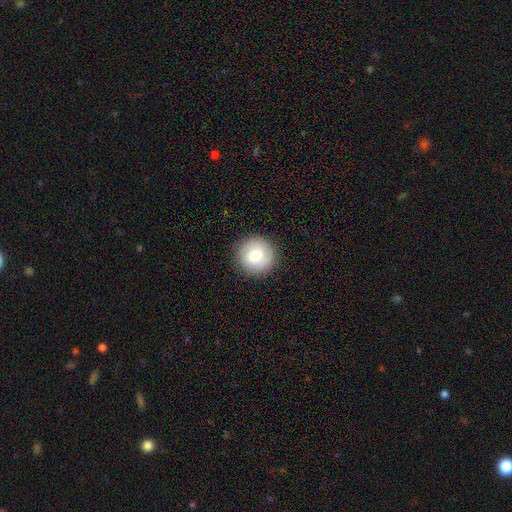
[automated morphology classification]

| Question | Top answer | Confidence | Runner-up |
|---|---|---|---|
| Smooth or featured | smooth | 76% | featured or disk (15%) |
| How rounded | round | 95% | in between (4%) |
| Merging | none | 90% | minor disturbance (6%) |